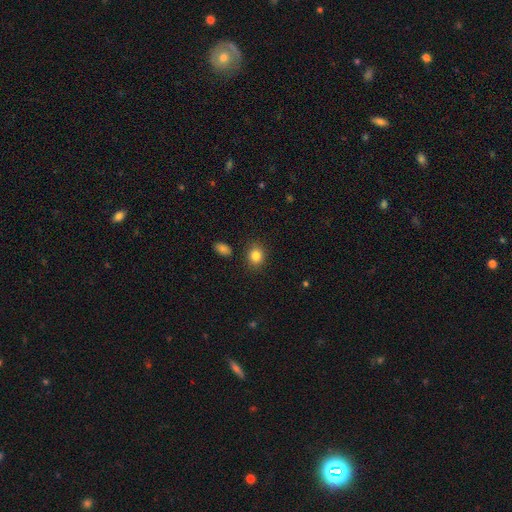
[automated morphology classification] Smooth or featured? smooth (84%)
How rounded? round (62%)
Merging? none (86%)